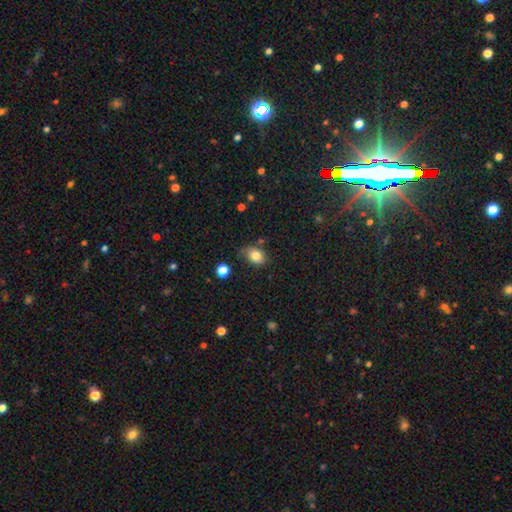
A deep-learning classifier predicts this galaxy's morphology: This appears to be a smooth galaxy with no disk features (82%) that is in between round and cigar-shaped (69%). Merging: none (71%).